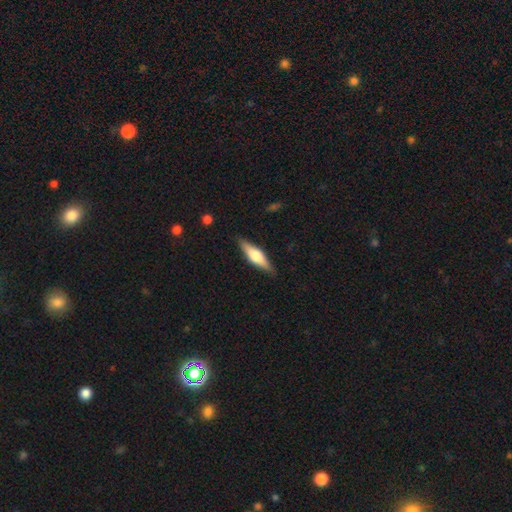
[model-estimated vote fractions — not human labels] Smooth or featured? featured or disk (52%)
Edge-on disk? yes (94%)
Merging? none (88%)